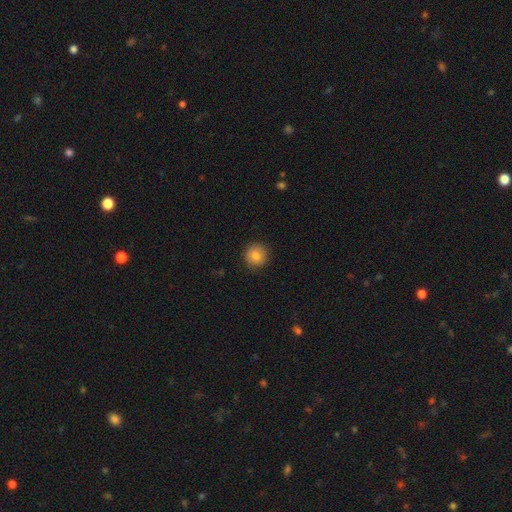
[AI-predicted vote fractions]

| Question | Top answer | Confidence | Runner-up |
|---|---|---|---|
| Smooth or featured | smooth | 82% | star or artifact (9%) |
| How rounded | round | 93% | in between (6%) |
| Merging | none | 88% | minor disturbance (9%) |